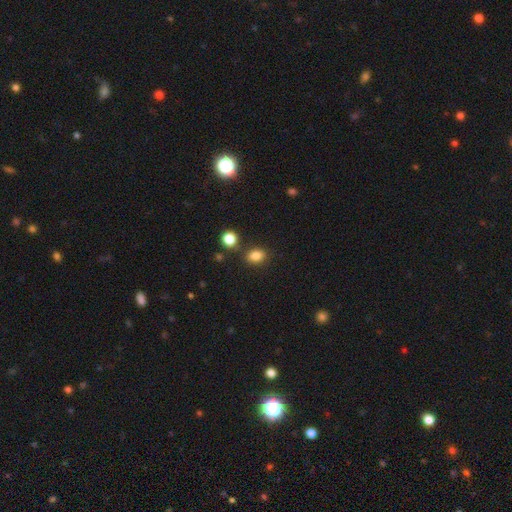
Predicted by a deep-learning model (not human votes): This is clearly a smooth galaxy (84%). How rounded: likely in between (70%). Merging: likely none (78%).